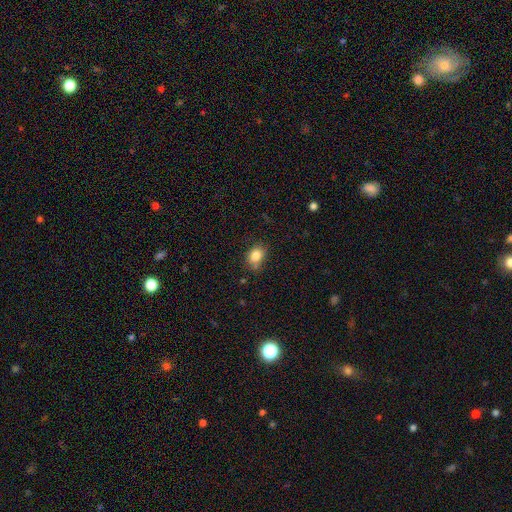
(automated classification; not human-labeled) Q: Smooth or featured?
A: smooth (84%); runner-up: star or artifact (10%)
Q: How rounded?
A: in between (63%); runner-up: round (36%)
Q: Merging?
A: none (71%); runner-up: minor disturbance (21%)